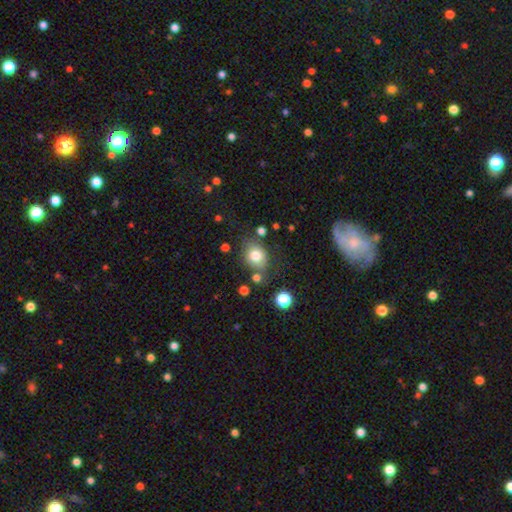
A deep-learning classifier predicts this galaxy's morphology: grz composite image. It shows a smooth galaxy with no disk features (78%) that is round (57%). Merging: none (70%).